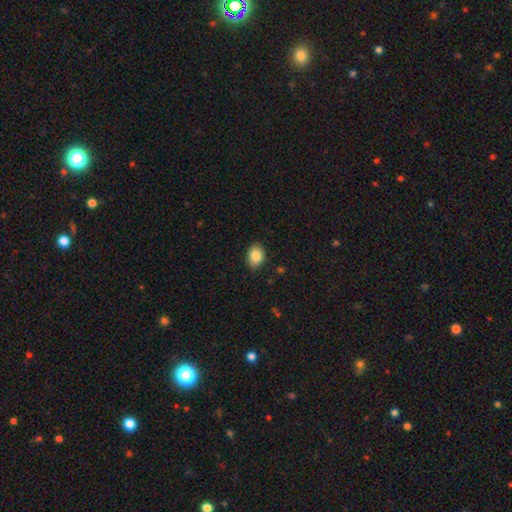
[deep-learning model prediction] Smooth or featured? Predicted: smooth (p=0.85). How rounded? Predicted: in between (p=0.70). Merging? Predicted: none (p=0.89).